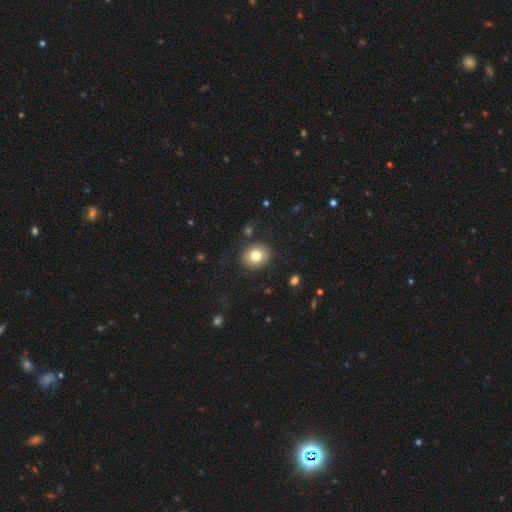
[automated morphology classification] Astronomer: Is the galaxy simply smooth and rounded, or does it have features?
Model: smooth — 80%.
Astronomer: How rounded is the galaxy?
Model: round — 72%.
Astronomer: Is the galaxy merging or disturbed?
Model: none — 87%.